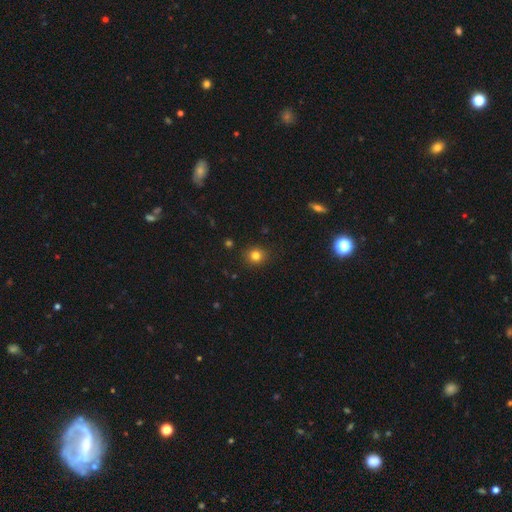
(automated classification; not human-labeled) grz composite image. It shows a smooth galaxy with no disk features (81%) that is round (83%). Merging: none (89%).